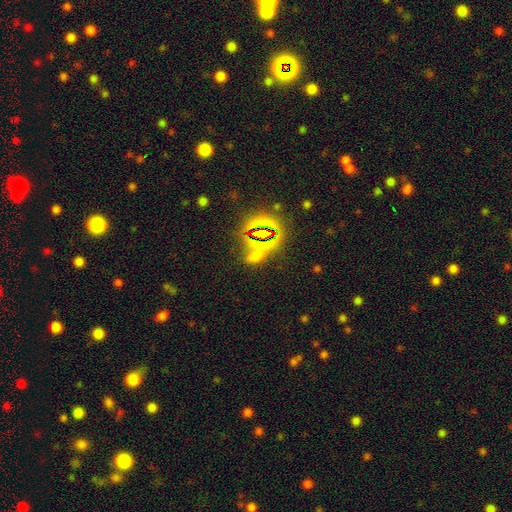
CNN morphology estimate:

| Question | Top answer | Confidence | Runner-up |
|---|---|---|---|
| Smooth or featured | star or artifact | 52% | smooth (39%) |